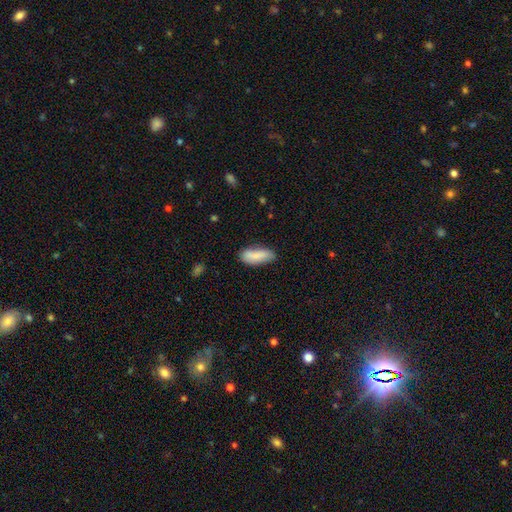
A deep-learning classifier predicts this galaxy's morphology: Smooth or featured?
  - smooth: 83% *
  - featured or disk: 10%
  - star or artifact: 6%
How rounded?
  - in between: 69% *
  - cigar-shaped: 29%
  - round: 2%
Merging?
  - none: 73% *
  - minor disturbance: 21%
  - major disturbance: 4%
  - merger: 3%